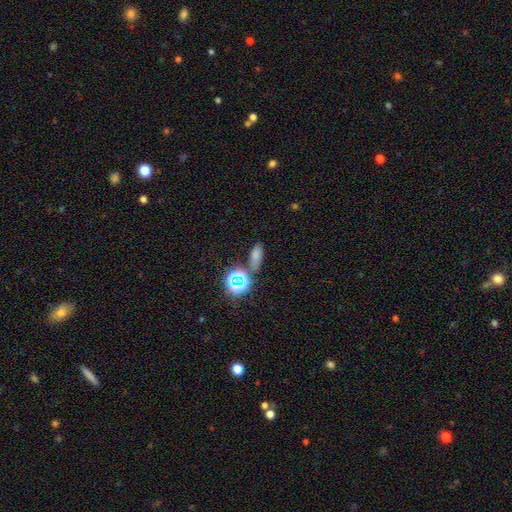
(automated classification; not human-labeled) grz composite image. It shows a smooth galaxy with no disk features (66%) that is in between round and cigar-shaped (77%). Merging: none (70%).